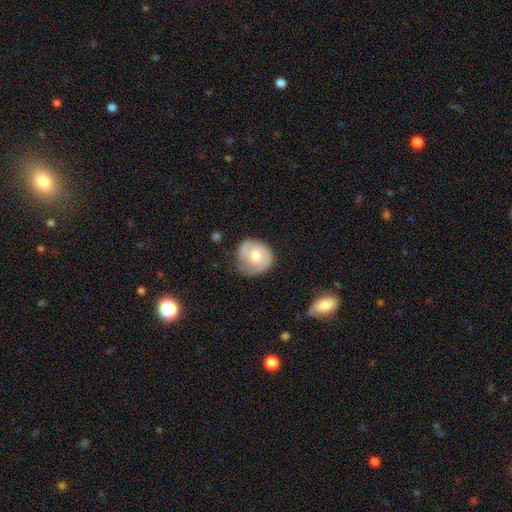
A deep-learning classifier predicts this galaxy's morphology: type=smooth (53%); roundness=round (84%); merging=none (67%).